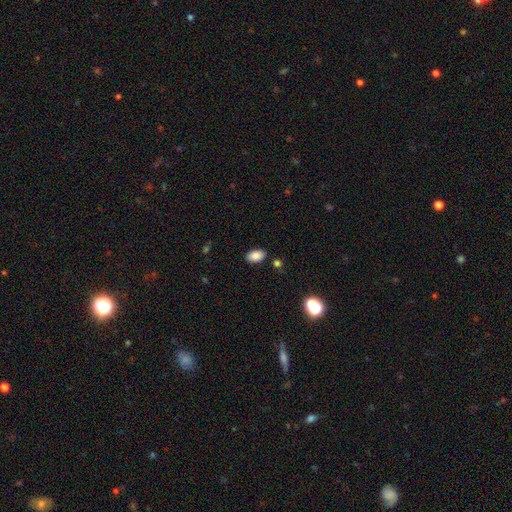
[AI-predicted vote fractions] A smooth galaxy with no disk features (87%) that is in between round and cigar-shaped (91%). Merging: none (86%).